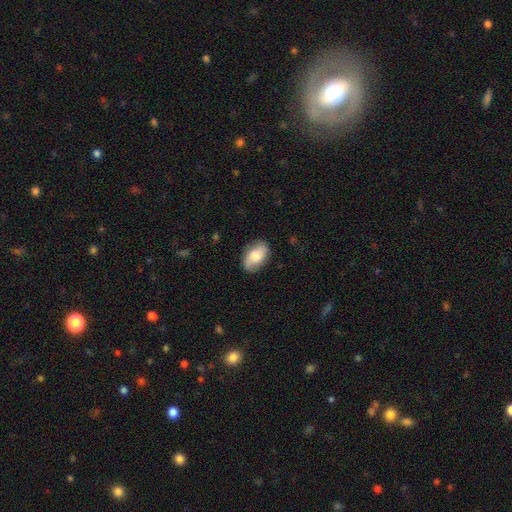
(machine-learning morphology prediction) smooth-or-featured: smooth: 60% | featured or disk: 33% | star or artifact: 7%
  how-rounded: in between: 90% | round: 8% | cigar-shaped: 2%
  merging: none: 80% | minor disturbance: 15% | major disturbance: 4% | merger: 1%